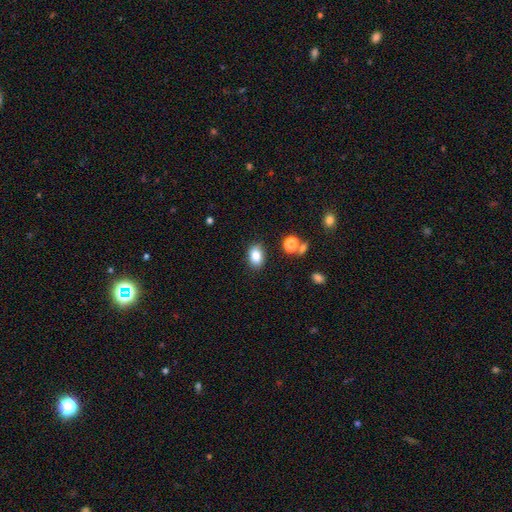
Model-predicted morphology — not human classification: smooth 83%, star or artifact 10%, featured or disk 7%. Down the decision tree: how rounded — in between (82%); merging — none (85%).